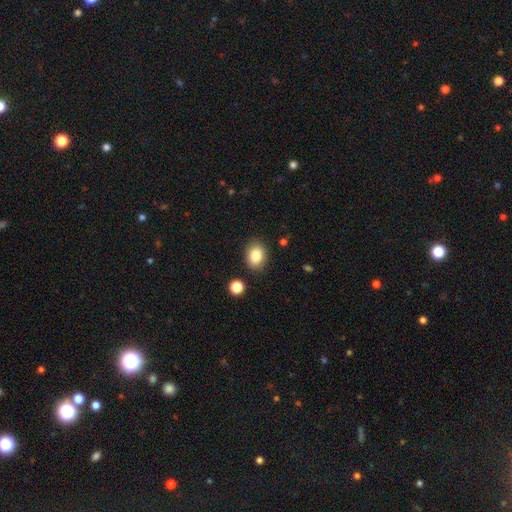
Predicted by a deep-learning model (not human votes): This is clearly a smooth galaxy (83%). How rounded: likely in between (62%). Merging: clearly none (86%).